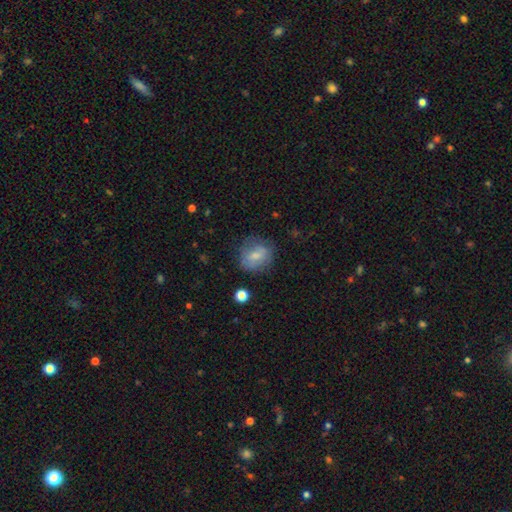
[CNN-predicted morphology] smooth_or_featured: smooth (p=0.70) [alt: featured or disk p=0.21]
how_rounded: round (p=0.67) [alt: in between p=0.32]
merging: none (p=0.68) [alt: minor disturbance p=0.21]